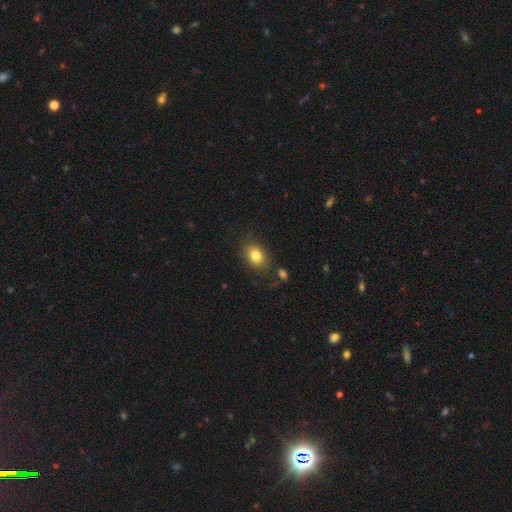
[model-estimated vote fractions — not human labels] Overall: smooth (81%). How rounded: in between (71%). Merging: none (79%).